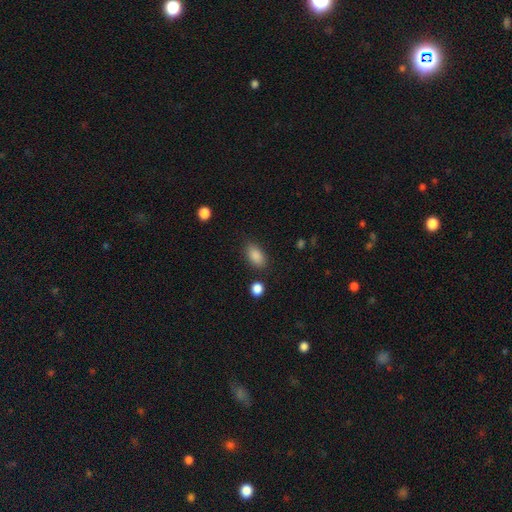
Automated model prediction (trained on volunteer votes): This is clearly a smooth galaxy (88%). How rounded: clearly in between (90%). Merging: clearly none (82%).